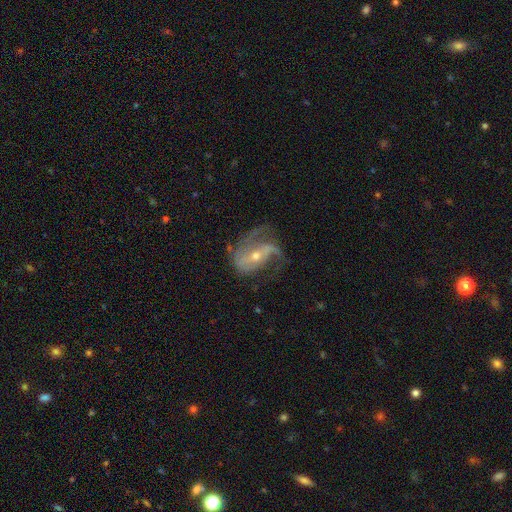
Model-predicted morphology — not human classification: smooth-or-featured: featured or disk: 84% | smooth: 9% | star or artifact: 7%
  disk-edge-on: no: 96% | yes: 4%
    bar: strong: 38% | weak: 35% | no: 28%
    has-spiral-arms: yes: 93% | no: 7%
      spiral-winding: loose: 43% | medium: 41% | tight: 16%
      spiral-arm-count: 2: 58% | 1: 15% | 3: 11% | can't tell: 11% | 4: 3% | more than 4: 2%
    bulge-size: small: 54% | moderate: 43% | large: 2% | none: 1% | dominant: 1%
  merging: none: 48% | major disturbance: 27% | minor disturbance: 23% | merger: 2%